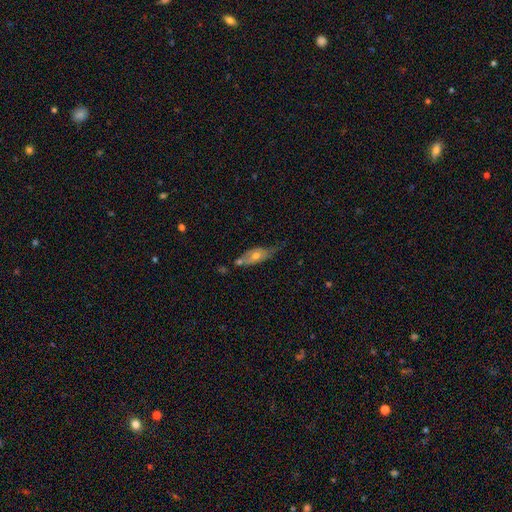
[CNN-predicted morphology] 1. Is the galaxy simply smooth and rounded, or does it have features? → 48% featured or disk, 44% smooth, 7% star or artifact.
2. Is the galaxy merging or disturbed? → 43% none, 31% minor disturbance, 14% merger, 13% major disturbance.